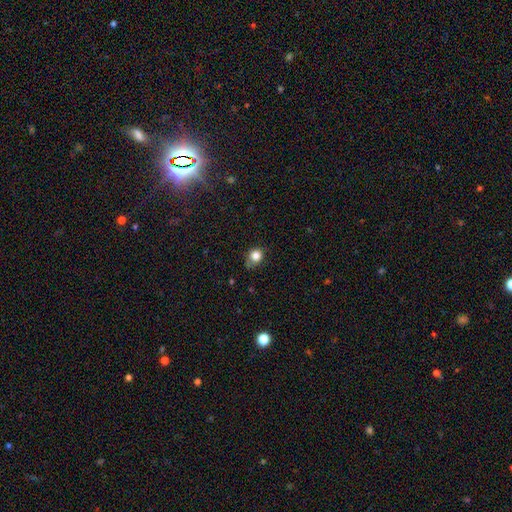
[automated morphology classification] Smooth or featured: smooth — 82% (star or artifact — 11%)
How rounded: round — 76% (in between — 23%)
Merging: none — 63% (minor disturbance — 28%)